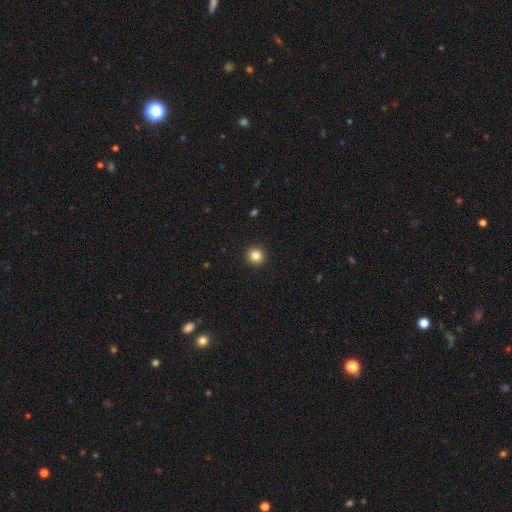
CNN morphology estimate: A smooth galaxy with no disk features (85%) that is round (95%).

Vote fractions:
- Smooth or featured? smooth: 85% / star or artifact: 11% / featured or disk: 5%
- How rounded? round: 95% / in between: 4% / cigar-shaped: 1%
- Merging? none: 93% / minor disturbance: 4% / major disturbance: 2% / merger: 1%